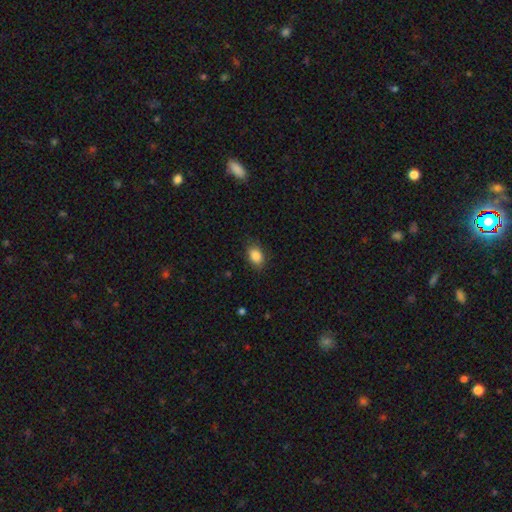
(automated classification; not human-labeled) This appears to be a smooth galaxy with no disk features (87%) that is in between round and cigar-shaped (83%). Merging: none (82%).